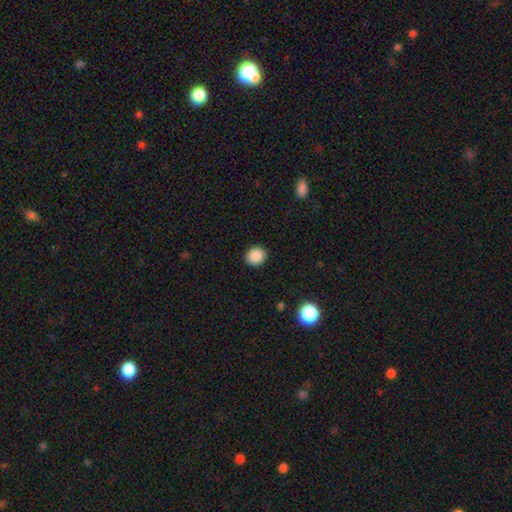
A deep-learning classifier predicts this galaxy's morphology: type=smooth (88%); roundness=round (79%); merging=none (91%).